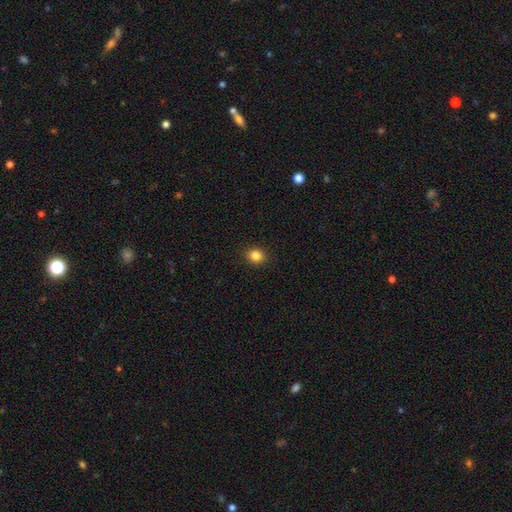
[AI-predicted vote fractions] smooth_or_featured: smooth (p=0.84) [alt: star or artifact p=0.11]
how_rounded: round (p=0.78) [alt: in between p=0.21]
merging: none (p=0.91) [alt: minor disturbance p=0.06]